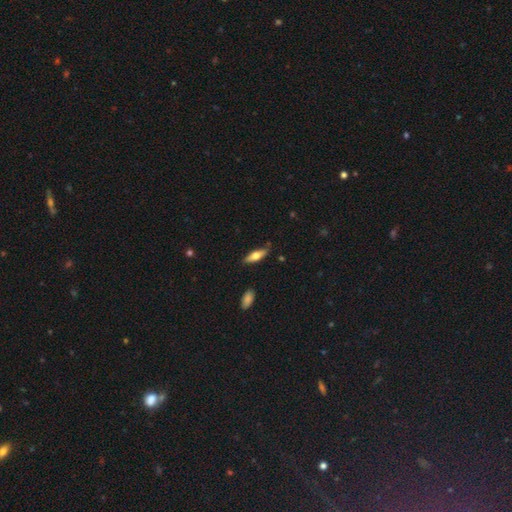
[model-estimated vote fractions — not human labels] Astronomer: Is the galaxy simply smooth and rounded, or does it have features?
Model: smooth — 61%.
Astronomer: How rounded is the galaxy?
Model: in between — 52% (runner-up: cigar-shaped, 46%).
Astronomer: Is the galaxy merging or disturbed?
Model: none — 82%.